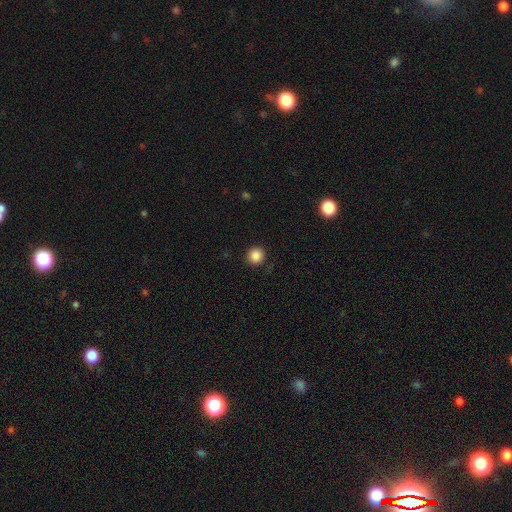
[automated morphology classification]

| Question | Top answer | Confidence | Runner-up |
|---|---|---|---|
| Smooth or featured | smooth | 86% | star or artifact (11%) |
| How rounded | round | 95% | in between (4%) |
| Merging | none | 89% | minor disturbance (8%) |